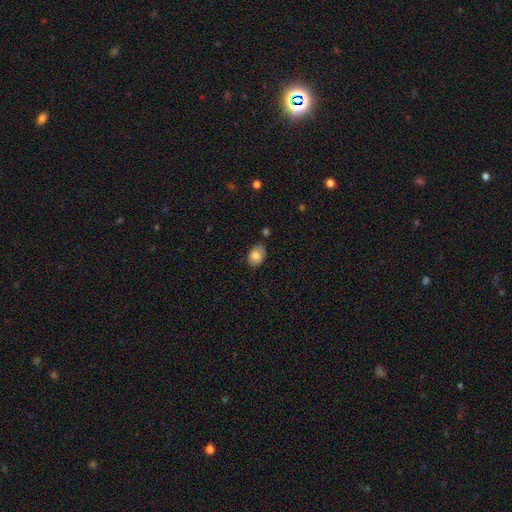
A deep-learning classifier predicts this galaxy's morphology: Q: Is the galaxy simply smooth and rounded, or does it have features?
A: smooth — 80%.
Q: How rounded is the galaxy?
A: in between — 79%.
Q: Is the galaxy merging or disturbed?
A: none — 74%.